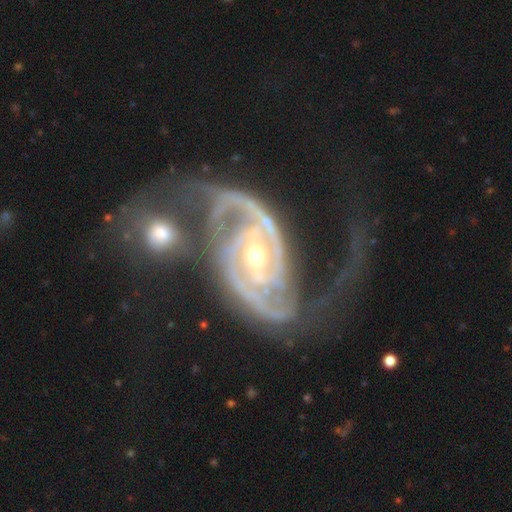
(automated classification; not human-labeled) smooth-or-featured: featured or disk: 93% | star or artifact: 4% | smooth: 3%
  disk-edge-on: no: 97% | yes: 3%
    bar: weak: 40% | strong: 31% | no: 28%
    has-spiral-arms: yes: 98% | no: 2%
      spiral-winding: tight: 48% | medium: 40% | loose: 12%
      spiral-arm-count: 2: 77% | 3: 8% | can't tell: 6% | 1: 3% | 4: 3% | more than 4: 3%
    bulge-size: moderate: 56% | small: 39% | large: 3% | none: 1% | dominant: 1%
  merging: none: 30% | merger: 27% | major disturbance: 26% | minor disturbance: 18%